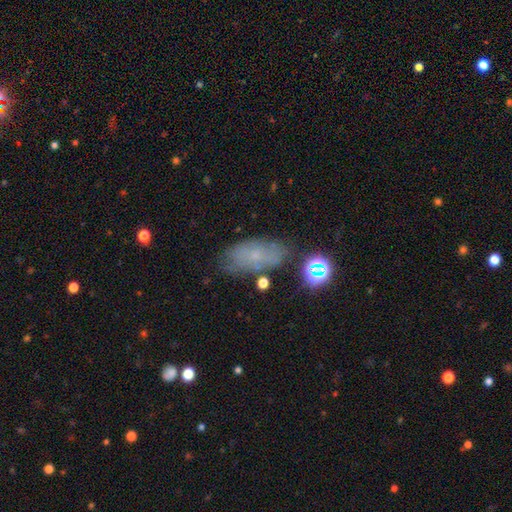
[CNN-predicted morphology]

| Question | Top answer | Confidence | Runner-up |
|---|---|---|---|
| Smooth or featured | smooth | 51% | featured or disk (32%) |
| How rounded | in between | 87% | cigar-shaped (7%) |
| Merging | none | 64% | minor disturbance (22%) |